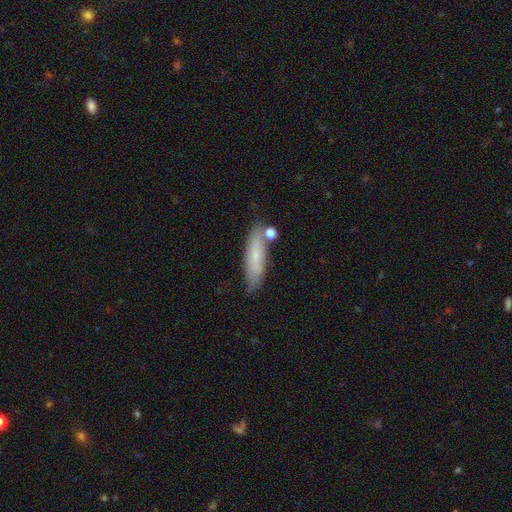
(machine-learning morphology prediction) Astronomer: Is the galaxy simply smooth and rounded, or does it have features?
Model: smooth — 71%.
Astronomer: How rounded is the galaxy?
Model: cigar-shaped — 67%.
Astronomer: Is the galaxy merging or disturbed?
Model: none — 72%.